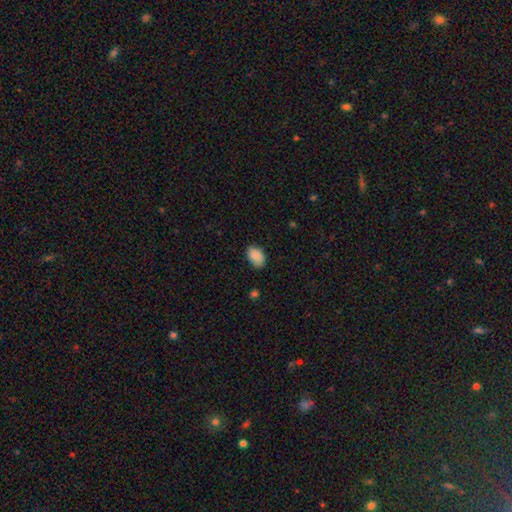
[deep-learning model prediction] Smooth or featured: smooth — 89% (star or artifact — 8%)
How rounded: in between — 89% (round — 10%)
Merging: none — 80% (minor disturbance — 16%)